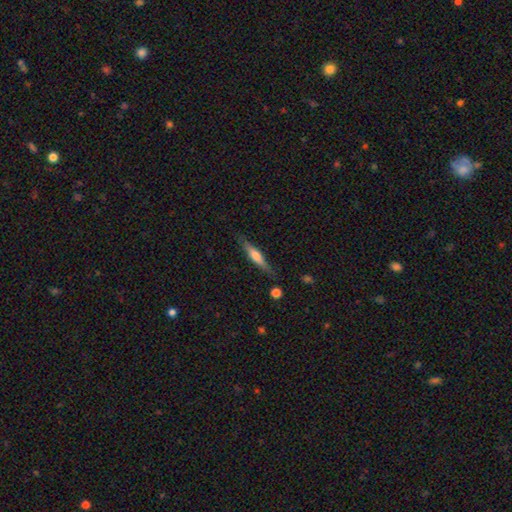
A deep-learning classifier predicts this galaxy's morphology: The model was most divided on "smooth or featured": featured or disk: 51%, smooth: 43%, star or artifact: 6%. More confident: edge-on disk — yes (94%); merging — none (81%).